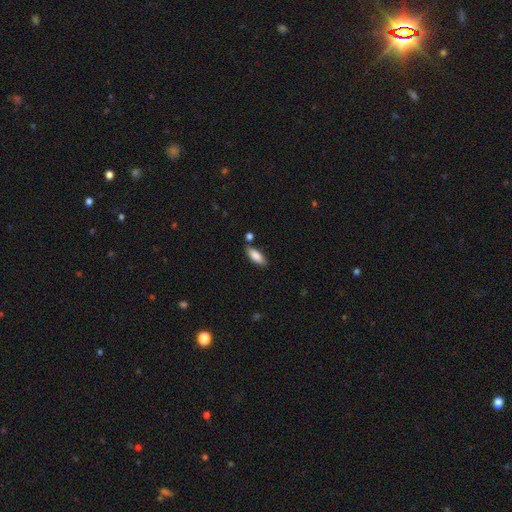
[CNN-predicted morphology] Q: Smooth or featured?
A: smooth (85%); runner-up: featured or disk (8%)
Q: How rounded?
A: in between (78%); runner-up: cigar-shaped (20%)
Q: Merging?
A: none (77%); runner-up: minor disturbance (13%)